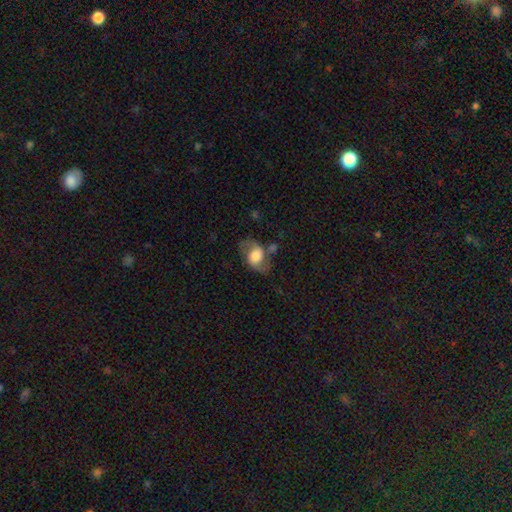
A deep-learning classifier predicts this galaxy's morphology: This appears to be a featured or disk galaxy (52%). Merging: none (56%).